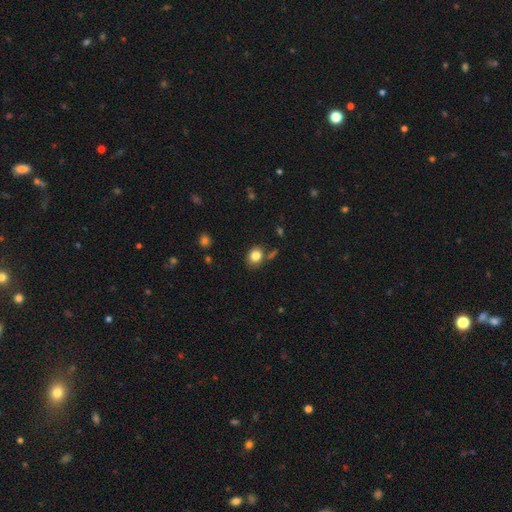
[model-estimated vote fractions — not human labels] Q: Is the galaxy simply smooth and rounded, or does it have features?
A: smooth — 82%.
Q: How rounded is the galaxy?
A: round — 58%.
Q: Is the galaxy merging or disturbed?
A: none — 76%.